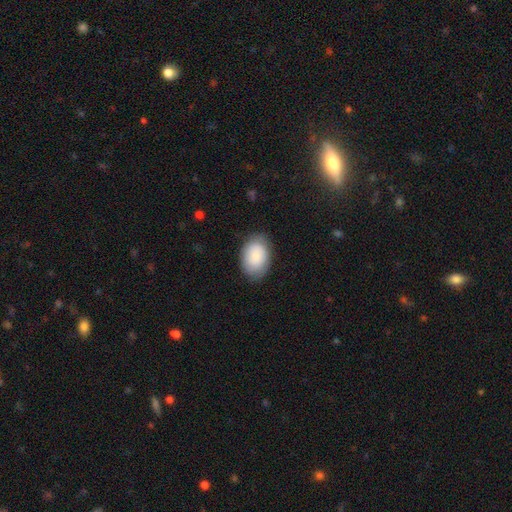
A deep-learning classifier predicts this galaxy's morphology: This appears to be a smooth galaxy with no disk features (82%) that is in between round and cigar-shaped (83%). Merging: none (78%).